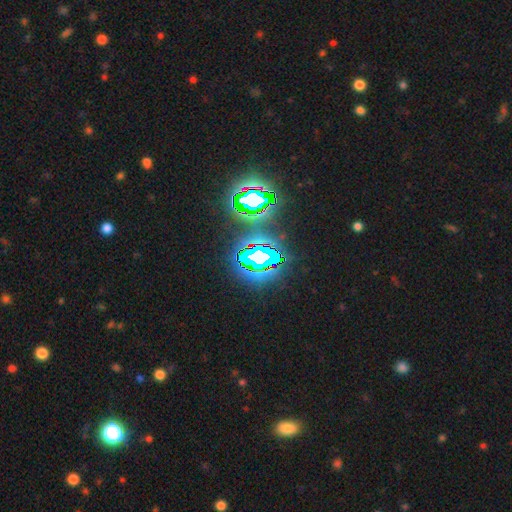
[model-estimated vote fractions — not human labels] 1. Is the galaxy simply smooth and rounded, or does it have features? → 76% star or artifact, 12% smooth, 12% featured or disk.